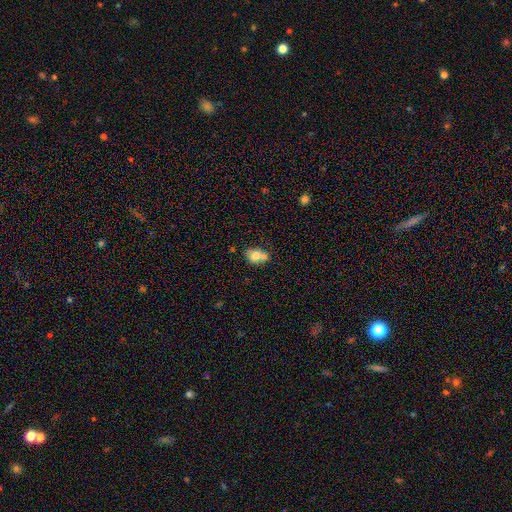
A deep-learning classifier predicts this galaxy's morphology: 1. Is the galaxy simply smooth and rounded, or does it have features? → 72% smooth, 18% featured or disk, 9% star or artifact.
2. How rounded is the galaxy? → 58% in between, 41% round, 1% cigar-shaped.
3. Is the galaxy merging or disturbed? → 43% merger, 39% none, 13% minor disturbance, 4% major disturbance.